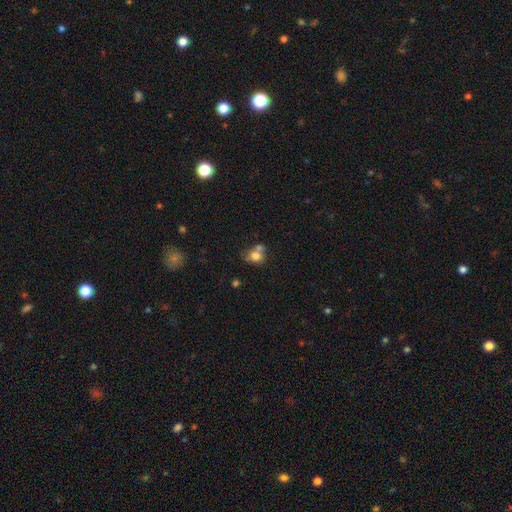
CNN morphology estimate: smooth_or_featured: smooth (p=0.74) [alt: featured or disk p=0.15]
how_rounded: round (p=0.68) [alt: in between p=0.31]
merging: merger (p=0.41) [alt: none p=0.40]